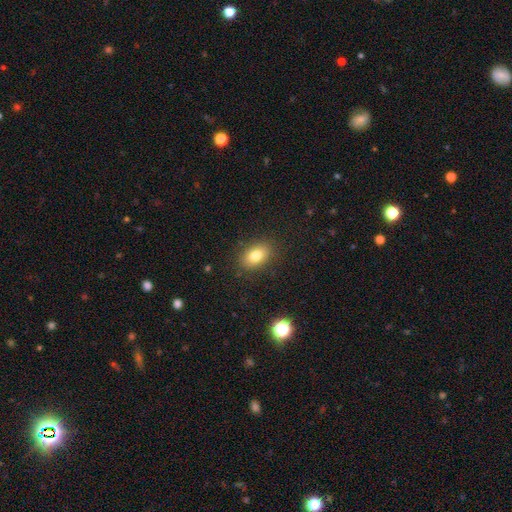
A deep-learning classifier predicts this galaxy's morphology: smooth-or-featured: smooth: 80% | star or artifact: 10% | featured or disk: 10%
  how-rounded: in between: 82% | round: 17% | cigar-shaped: 2%
  merging: none: 86% | minor disturbance: 10% | major disturbance: 3% | merger: 1%